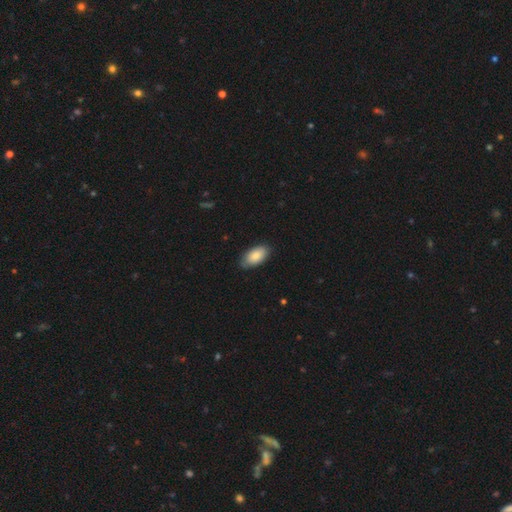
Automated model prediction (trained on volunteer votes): Overall: smooth (85%). How rounded: in between (94%). Merging: none (80%).